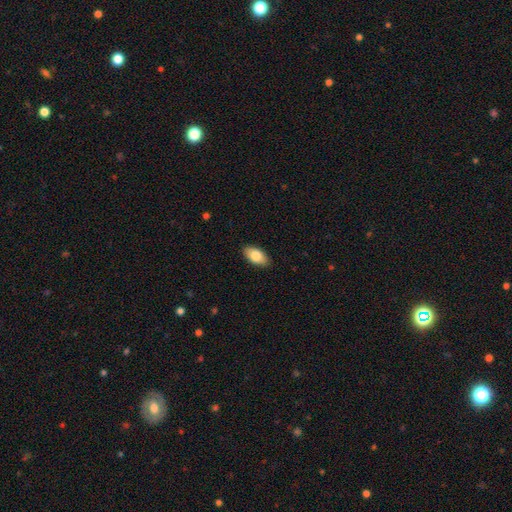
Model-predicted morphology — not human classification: This appears to be a smooth galaxy with no disk features (82%) that is in between round and cigar-shaped (93%). Merging: none (88%).